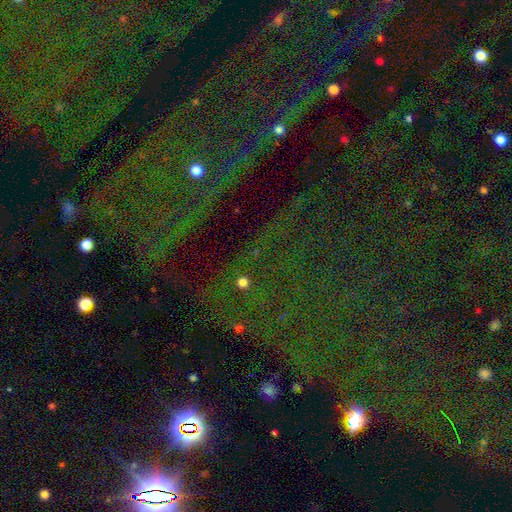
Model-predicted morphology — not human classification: A star or artifact, not a galaxy (80%).

Vote fractions:
- Smooth or featured? star or artifact: 80% / smooth: 11% / featured or disk: 9%